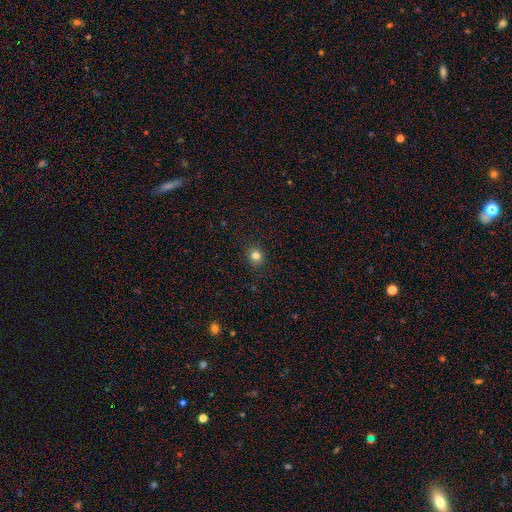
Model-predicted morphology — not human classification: A smooth galaxy with no disk features (81%) that is round (84%). Merging: none (89%).